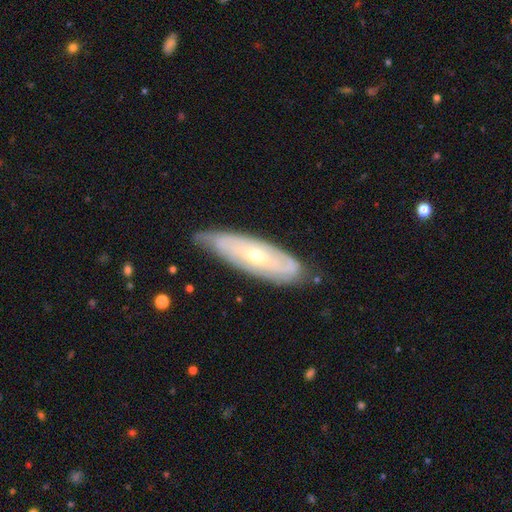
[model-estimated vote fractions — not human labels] Q: Smooth or featured?
A: featured or disk (72%); runner-up: smooth (22%)
Q: Edge-on disk?
A: no (76%); runner-up: yes (24%)
Q: Bar?
A: no (68%); runner-up: weak (24%)
Q: Spiral arms?
A: yes (81%); runner-up: no (19%)
Q: Bulge size?
A: small (63%); runner-up: moderate (34%)
Q: Merging?
A: none (74%); runner-up: minor disturbance (21%)